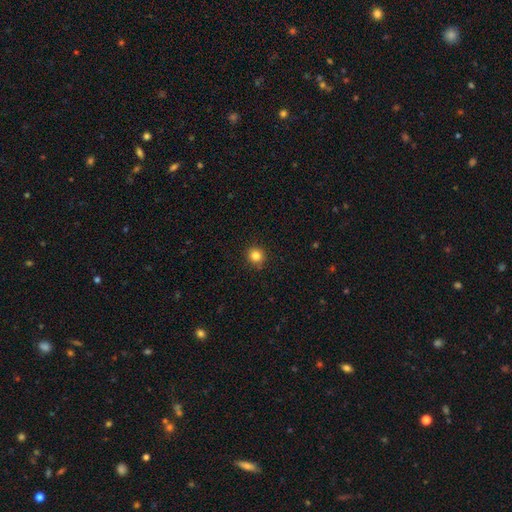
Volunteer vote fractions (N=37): Overall: smooth (89%). How rounded: round (91%). Merging: none (88%).